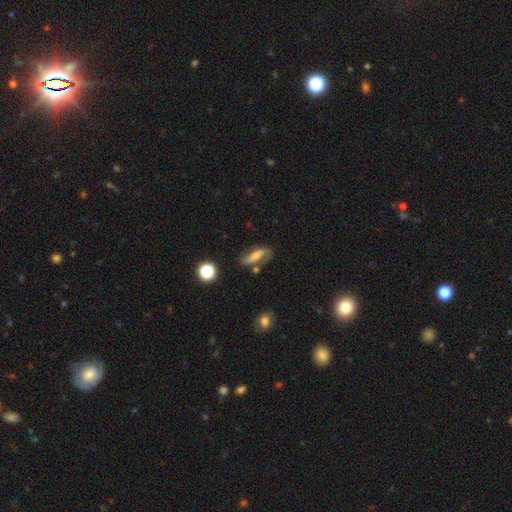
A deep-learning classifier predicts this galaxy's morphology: Overall: featured or disk (54%; smooth 35%). Edge-on disk: no (79%). Merging: none (65%).